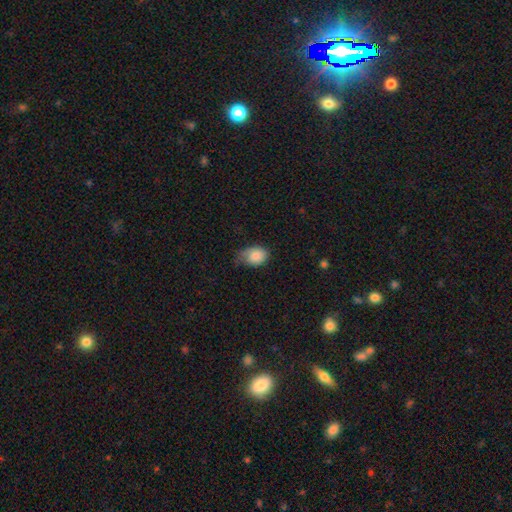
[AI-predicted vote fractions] Smooth or featured?
  - smooth: 83% *
  - featured or disk: 10%
  - star or artifact: 7%
How rounded?
  - in between: 74% *
  - round: 25%
  - cigar-shaped: 1%
Merging?
  - minor disturbance: 43% *
  - none: 38%
  - major disturbance: 16%
  - merger: 2%